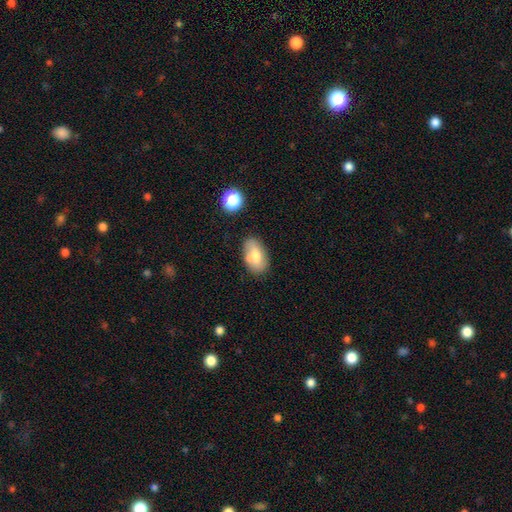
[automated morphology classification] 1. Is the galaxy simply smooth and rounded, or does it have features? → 67% smooth, 25% featured or disk, 9% star or artifact.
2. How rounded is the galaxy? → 90% in between, 8% round, 2% cigar-shaped.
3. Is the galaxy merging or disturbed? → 62% none, 18% minor disturbance, 16% merger, 5% major disturbance.